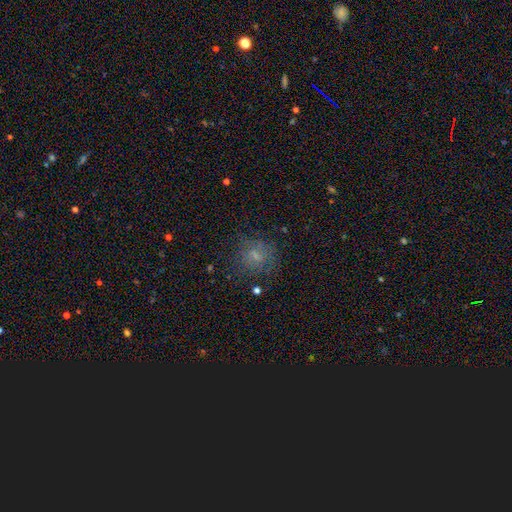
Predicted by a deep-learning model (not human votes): Overall: smooth (57%; featured or disk 23%). How rounded: round (76%). Merging: none (68%).